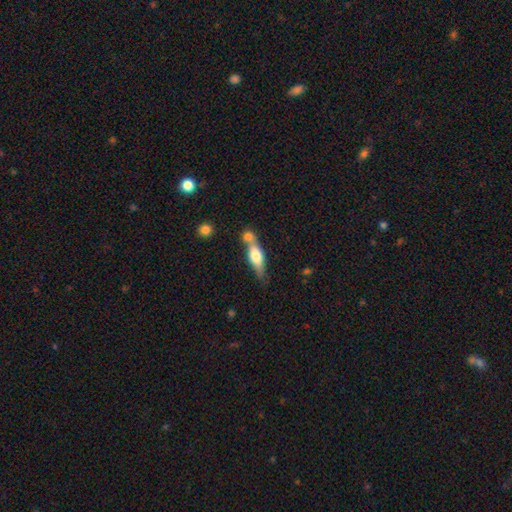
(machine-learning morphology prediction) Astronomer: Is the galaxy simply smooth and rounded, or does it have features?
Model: smooth — 54% (runner-up: featured or disk, 40%).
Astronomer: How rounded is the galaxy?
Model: cigar-shaped — 48%, tied with in between at 48%.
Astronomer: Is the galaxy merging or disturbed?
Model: merger — 43% (runner-up: none, 40%).